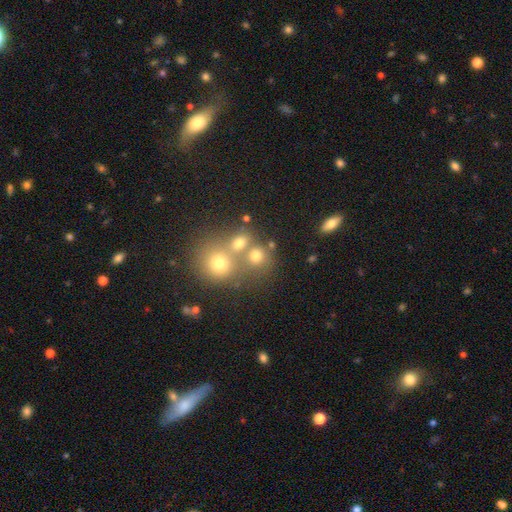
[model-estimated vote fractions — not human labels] This appears to be a smooth galaxy with no disk features (72%) that is round (79%). Merging: none (47%).